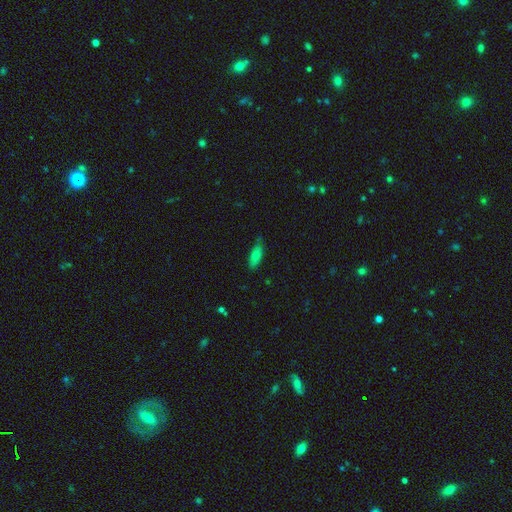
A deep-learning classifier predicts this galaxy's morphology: Smooth or featured? smooth (73%)
How rounded? in between (67%)
Merging? none (70%)